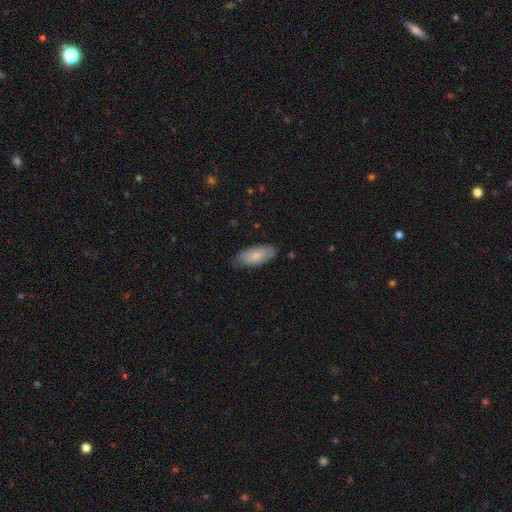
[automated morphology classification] A smooth galaxy with no disk features (76%) that is in between round and cigar-shaped (89%).

Vote fractions:
- Smooth or featured? smooth: 76% / featured or disk: 18% / star or artifact: 6%
- How rounded? in between: 89% / cigar-shaped: 9% / round: 2%
- Merging? none: 76% / minor disturbance: 20% / major disturbance: 3% / merger: 1%